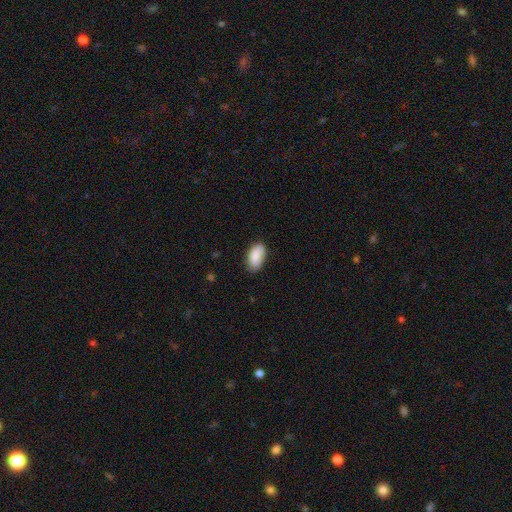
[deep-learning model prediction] Overall: smooth (87%). How rounded: in between (94%). Merging: none (74%).